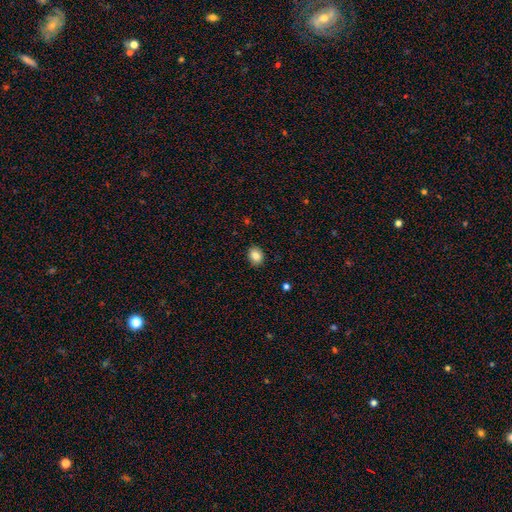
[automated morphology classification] Smooth or featured?
  - smooth: 85% *
  - star or artifact: 9%
  - featured or disk: 6%
How rounded?
  - round: 54% *
  - in between: 45%
  - cigar-shaped: 1%
Merging?
  - none: 90% *
  - minor disturbance: 7%
  - major disturbance: 2%
  - merger: 1%